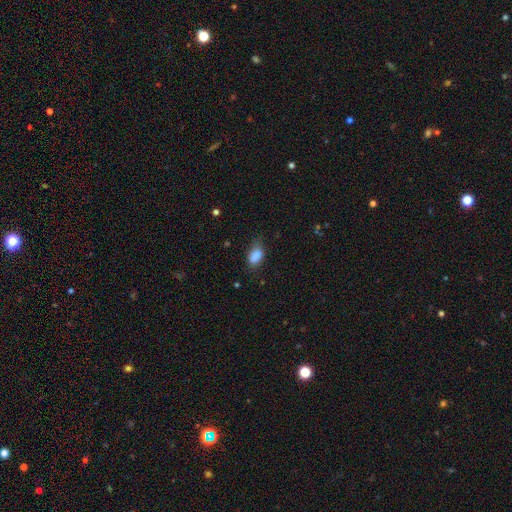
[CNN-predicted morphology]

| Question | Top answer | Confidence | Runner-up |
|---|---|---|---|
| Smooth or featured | smooth | 84% | star or artifact (9%) |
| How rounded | in between | 86% | round (11%) |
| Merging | none | 54% | minor disturbance (33%) |